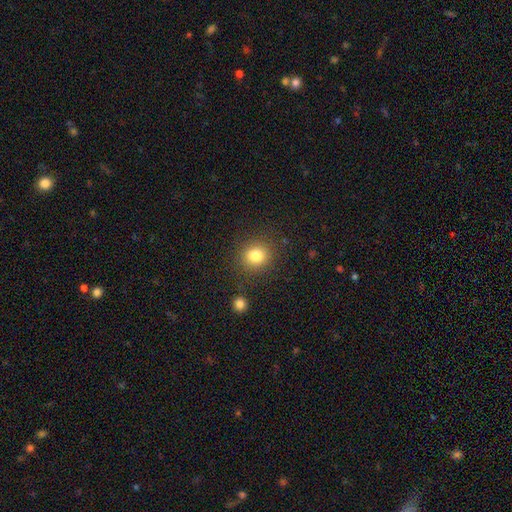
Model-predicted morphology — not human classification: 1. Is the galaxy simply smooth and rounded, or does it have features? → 82% smooth, 12% star or artifact, 7% featured or disk.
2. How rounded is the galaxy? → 85% round, 14% in between, 1% cigar-shaped.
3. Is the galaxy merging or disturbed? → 85% none, 9% minor disturbance, 3% major disturbance, 3% merger.